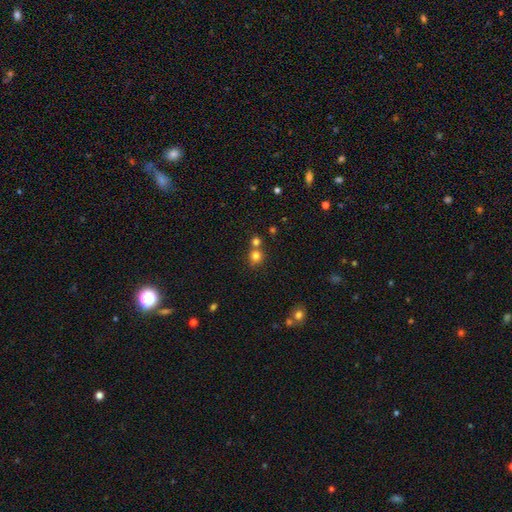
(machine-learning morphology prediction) The model was most divided on "merging": none: 57%, merger: 33%, minor disturbance: 7%, major disturbance: 3%. More confident: how rounded — round (88%); smooth or featured — smooth (79%).